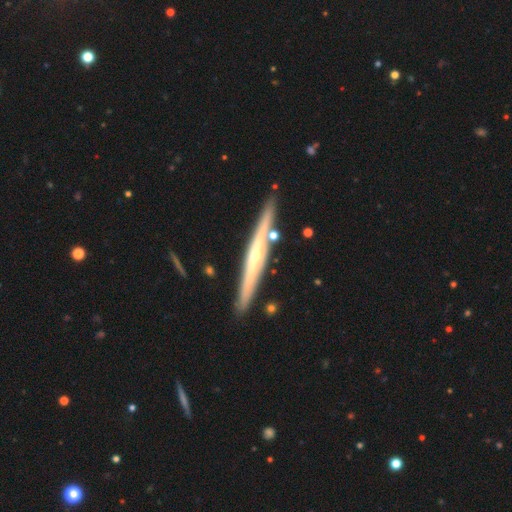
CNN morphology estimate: smooth_or_featured: featured or disk (p=0.76) [alt: smooth p=0.18]
disk_edge_on: yes (p=0.95) [alt: no p=0.05]
edge_on_bulge: rounded (p=0.70) [alt: none p=0.26]
merging: none (p=0.86) [alt: minor disturbance p=0.09]